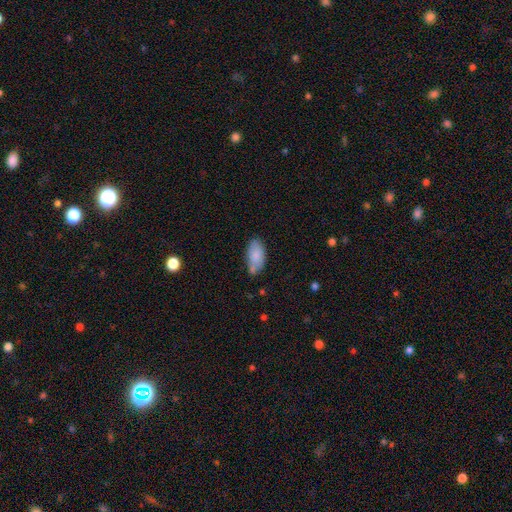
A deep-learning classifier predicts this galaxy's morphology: smooth 84%, featured or disk 10%, star or artifact 7%. Down the decision tree: how rounded — in between (93%); merging — none (59%).